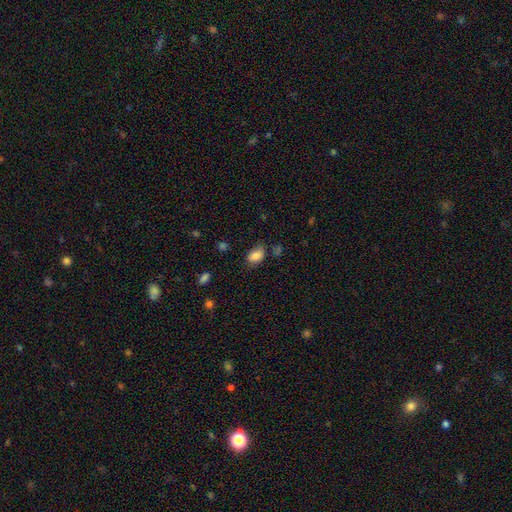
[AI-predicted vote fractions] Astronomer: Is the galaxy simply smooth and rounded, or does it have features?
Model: smooth — 83%.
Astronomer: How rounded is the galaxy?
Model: in between — 86%.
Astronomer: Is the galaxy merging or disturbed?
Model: none — 66%.